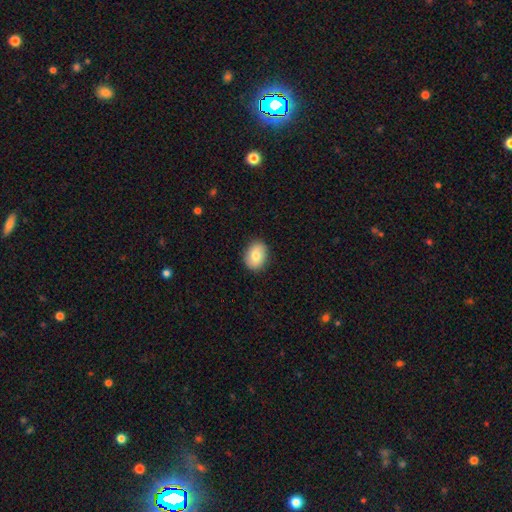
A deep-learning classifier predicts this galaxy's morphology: This appears to be a smooth galaxy with no disk features (78%) that is in between round and cigar-shaped (60%). Merging: none (88%).